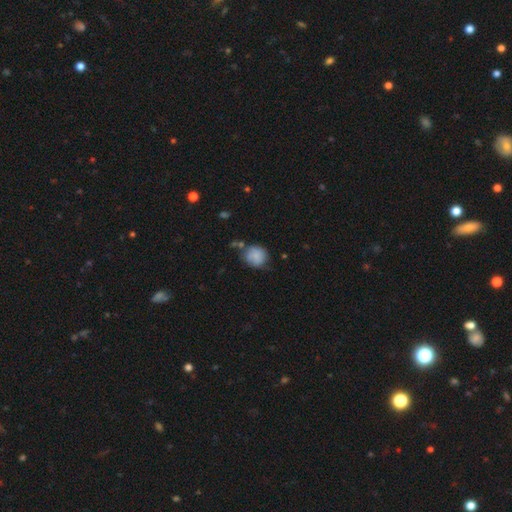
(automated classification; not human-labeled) Smooth or featured: smooth — 82% (featured or disk — 10%)
How rounded: round — 78% (in between — 21%)
Merging: none — 59% (minor disturbance — 26%)